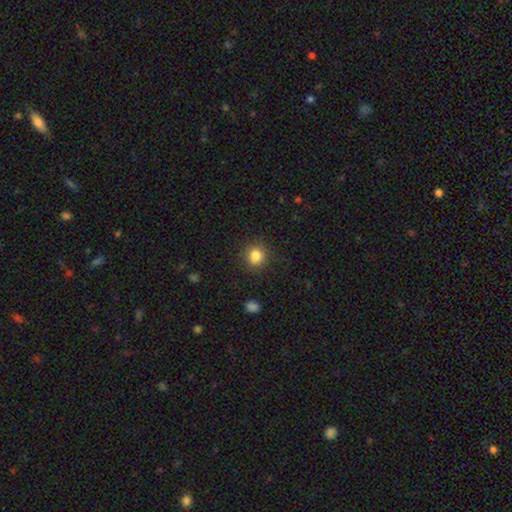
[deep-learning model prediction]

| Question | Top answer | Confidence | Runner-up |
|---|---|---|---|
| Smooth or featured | smooth | 85% | star or artifact (11%) |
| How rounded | round | 85% | in between (14%) |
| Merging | none | 88% | minor disturbance (8%) |